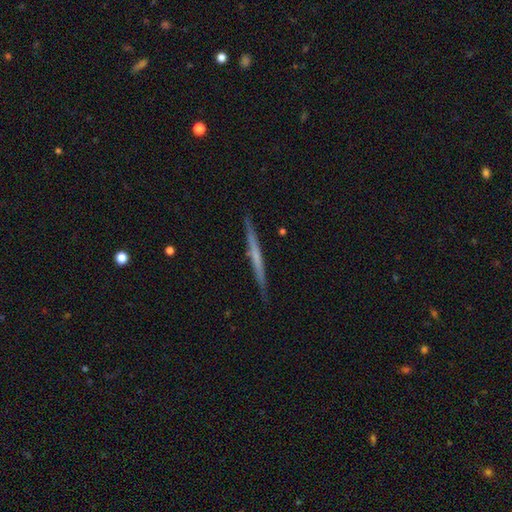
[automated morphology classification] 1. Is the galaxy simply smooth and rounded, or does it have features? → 58% featured or disk, 37% smooth, 6% star or artifact.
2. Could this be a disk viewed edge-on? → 98% yes, 2% no.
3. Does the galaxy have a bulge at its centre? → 83% none, 11% rounded, 6% boxy.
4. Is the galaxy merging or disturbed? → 91% none, 7% minor disturbance, 1% major disturbance, 1% merger.